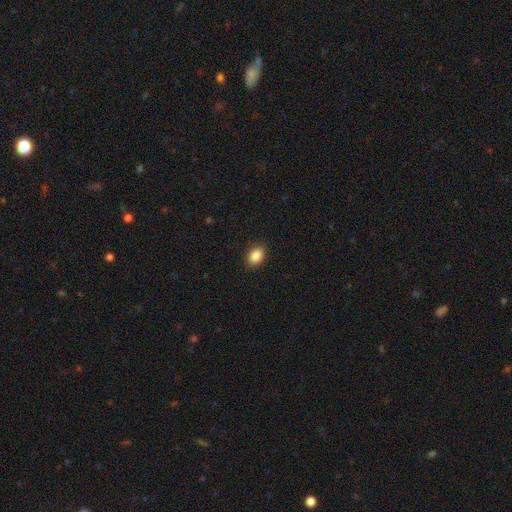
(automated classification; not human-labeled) Overall: smooth (87%). How rounded: in between (74%). Merging: none (89%).